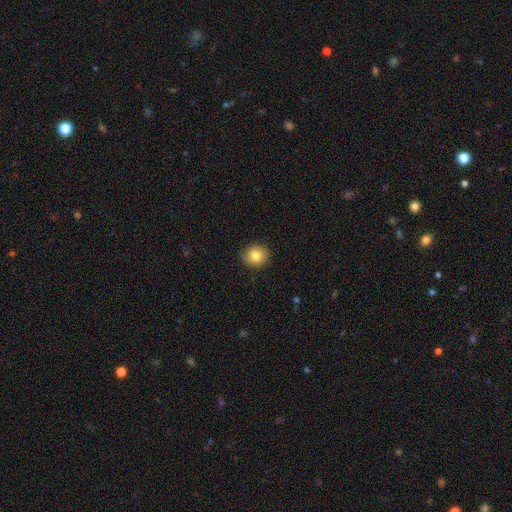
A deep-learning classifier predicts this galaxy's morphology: type=smooth (82%); roundness=round (82%); merging=none (89%).